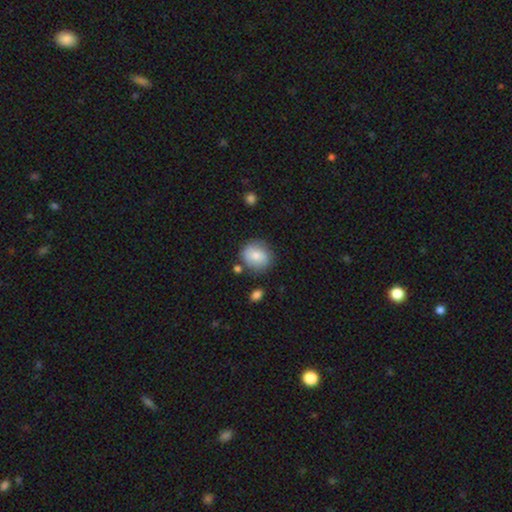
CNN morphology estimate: A smooth galaxy with no disk features (72%) that is round (78%). Merging: none (74%).